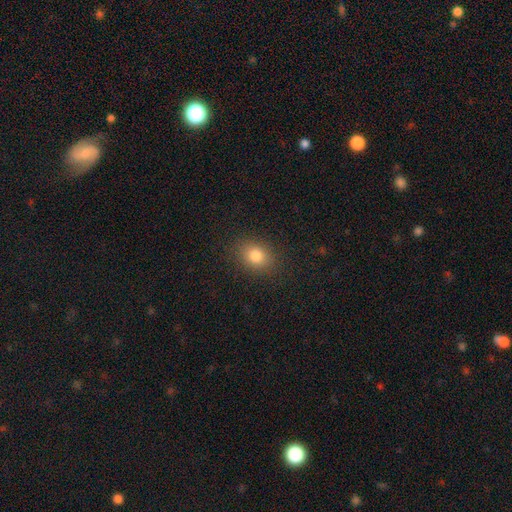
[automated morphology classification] A smooth galaxy with no disk features (82%) that is in between round and cigar-shaped (54%). Merging: none (88%).